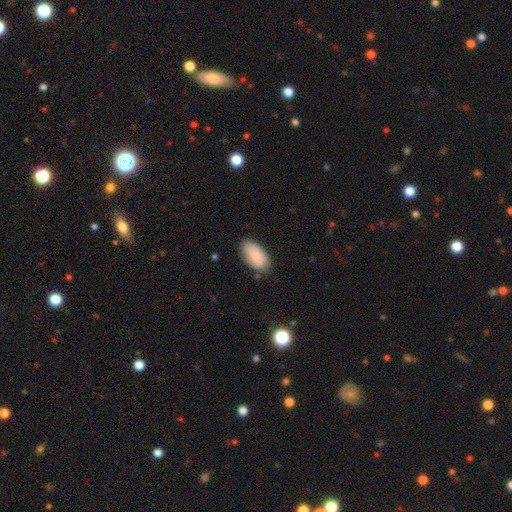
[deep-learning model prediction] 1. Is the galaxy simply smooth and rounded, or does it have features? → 85% smooth, 8% featured or disk, 6% star or artifact.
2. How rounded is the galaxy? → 95% in between, 3% round, 2% cigar-shaped.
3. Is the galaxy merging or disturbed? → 76% none, 18% minor disturbance, 3% major disturbance, 2% merger.